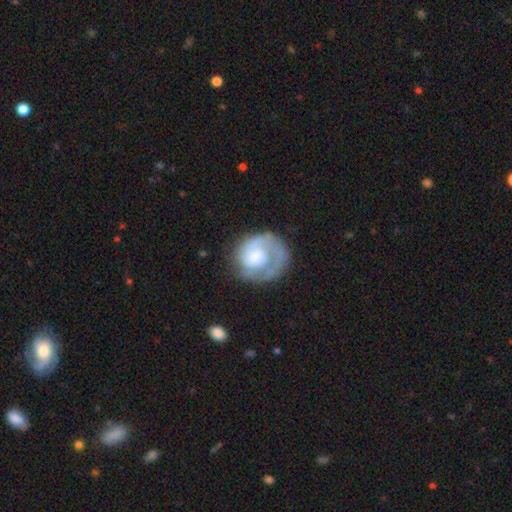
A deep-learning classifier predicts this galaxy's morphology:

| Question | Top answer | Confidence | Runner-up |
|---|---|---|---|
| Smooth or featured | featured or disk | 63% | smooth (31%) |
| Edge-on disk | no | 98% | yes (2%) |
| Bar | no | 77% | weak (20%) |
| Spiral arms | yes | 80% | no (20%) |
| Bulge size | moderate | 30% | tied: large (30%) |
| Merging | none | 55% | major disturbance (22%) |